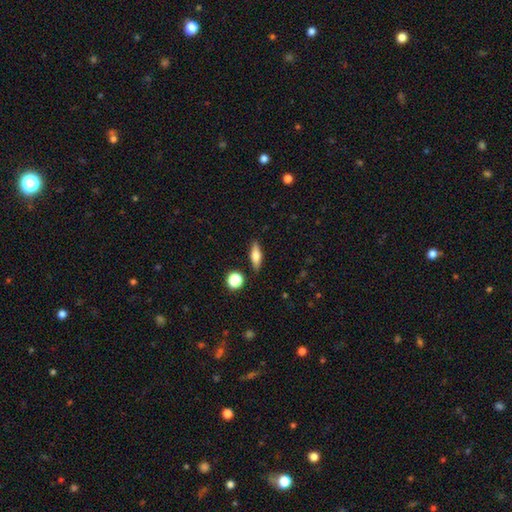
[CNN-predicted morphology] Smooth or featured? Predicted: smooth (p=0.63). How rounded? Predicted: in between (p=0.54). Merging? Predicted: none (p=0.86).